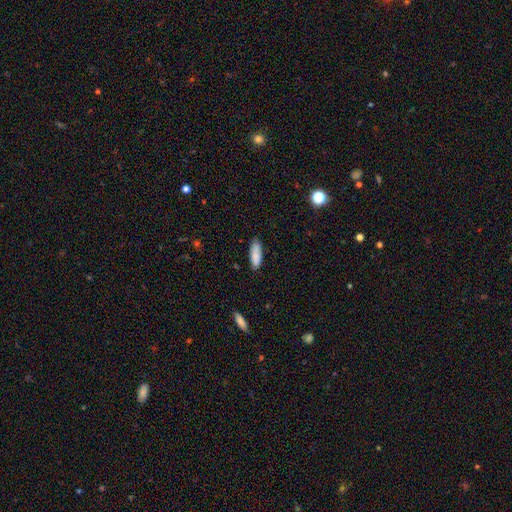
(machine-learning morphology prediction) The model was most divided on "how rounded": in between: 65%, cigar-shaped: 33%, round: 2%. More confident: smooth or featured — smooth (86%); merging — none (79%).